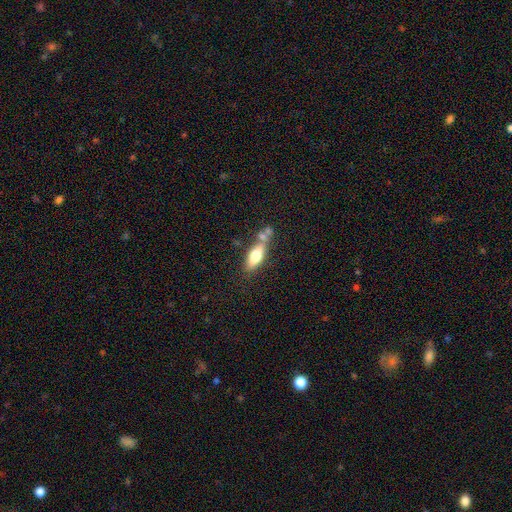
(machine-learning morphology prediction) Smooth or featured? Predicted: smooth (p=0.65). How rounded? Predicted: in between (p=0.61). Merging? Predicted: none (p=0.48).